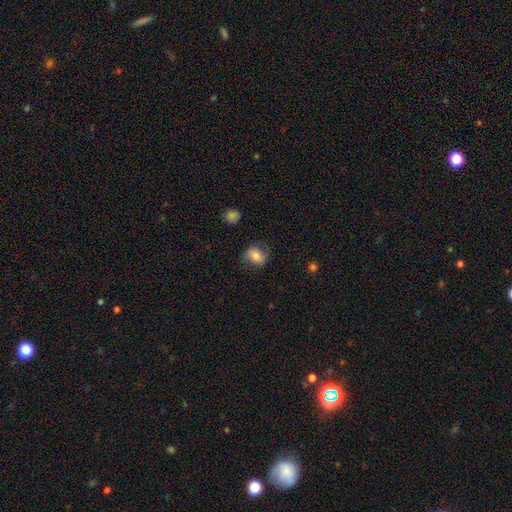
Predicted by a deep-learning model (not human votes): smooth 67%, featured or disk 25%, star or artifact 9%. Down the decision tree: how rounded — round (50%); merging — none (69%).